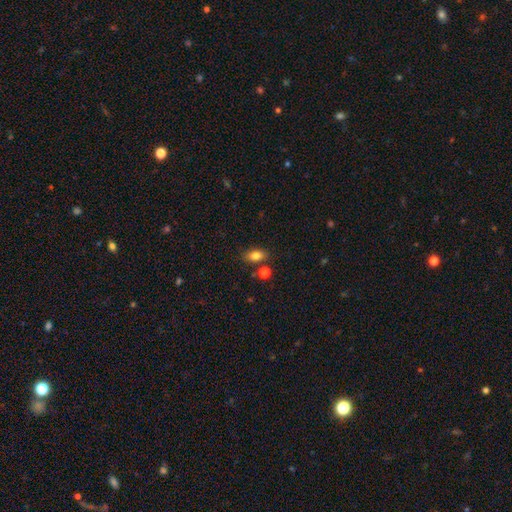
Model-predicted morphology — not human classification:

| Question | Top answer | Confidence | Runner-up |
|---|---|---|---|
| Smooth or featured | smooth | 82% | star or artifact (10%) |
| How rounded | in between | 83% | round (13%) |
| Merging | none | 76% | minor disturbance (12%) |